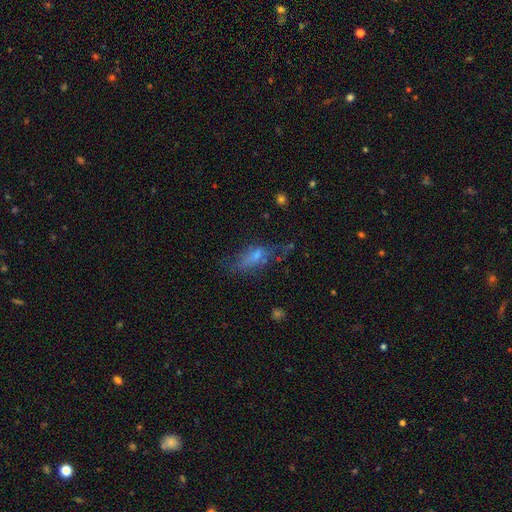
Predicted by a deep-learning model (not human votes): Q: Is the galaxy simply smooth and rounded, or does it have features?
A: smooth — 51%.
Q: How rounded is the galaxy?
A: in between — 62%.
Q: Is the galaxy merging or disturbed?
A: none — 48%.